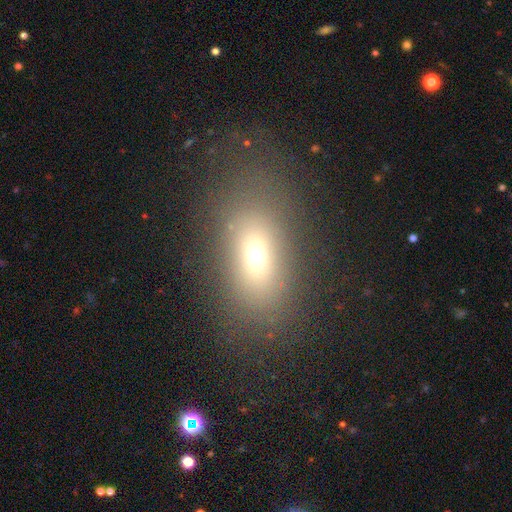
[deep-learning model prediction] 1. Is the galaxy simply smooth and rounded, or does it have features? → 65% smooth, 18% featured or disk, 17% star or artifact.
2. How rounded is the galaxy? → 78% in between, 16% round, 6% cigar-shaped.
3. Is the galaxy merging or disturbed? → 75% none, 13% minor disturbance, 11% major disturbance, 2% merger.